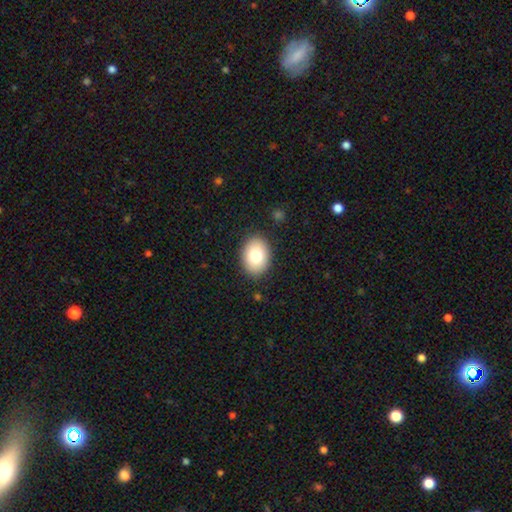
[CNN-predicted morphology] type=smooth (80%); roundness=in between (73%); merging=none (88%).